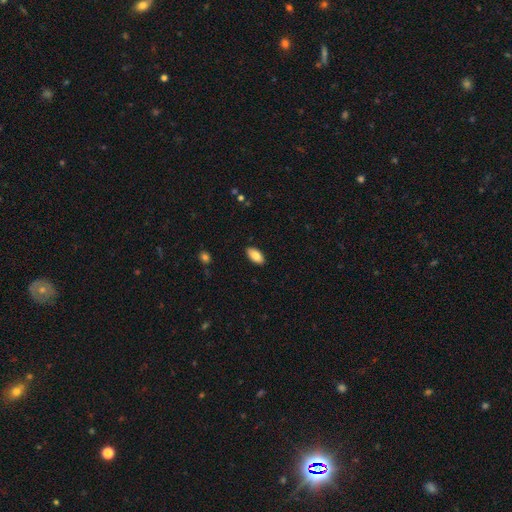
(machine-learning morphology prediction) Overall: smooth (86%). How rounded: in between (93%). Merging: none (89%).